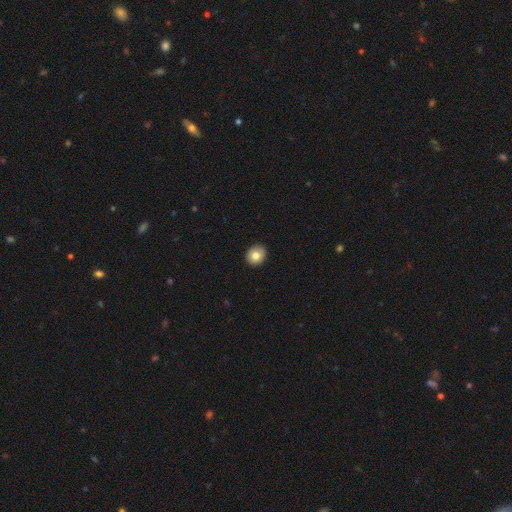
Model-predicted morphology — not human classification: Smooth or featured? Predicted: smooth (p=0.80). How rounded? Predicted: round (p=0.71). Merging? Predicted: none (p=0.91).